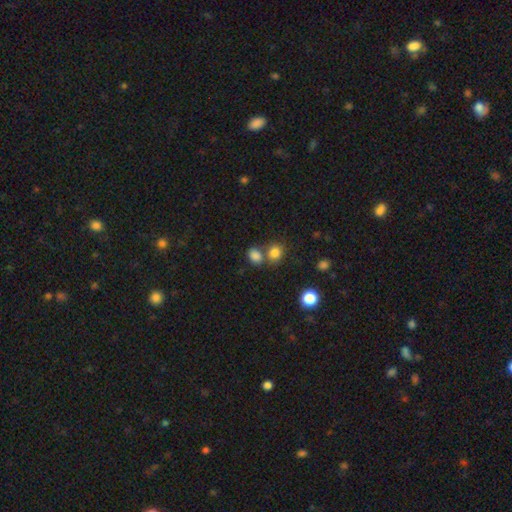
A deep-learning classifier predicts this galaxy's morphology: smooth_or_featured: smooth (p=0.81) [alt: star or artifact p=0.13]
how_rounded: in between (p=0.50) [alt: round p=0.49]
merging: none (p=0.50) [alt: merger p=0.36]